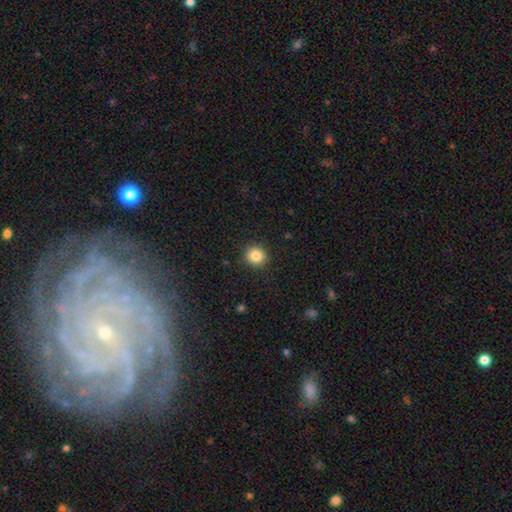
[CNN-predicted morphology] The model was most divided on "smooth or featured": smooth: 85%, star or artifact: 10%, featured or disk: 5%. More confident: merging — none (91%); how rounded — round (89%).